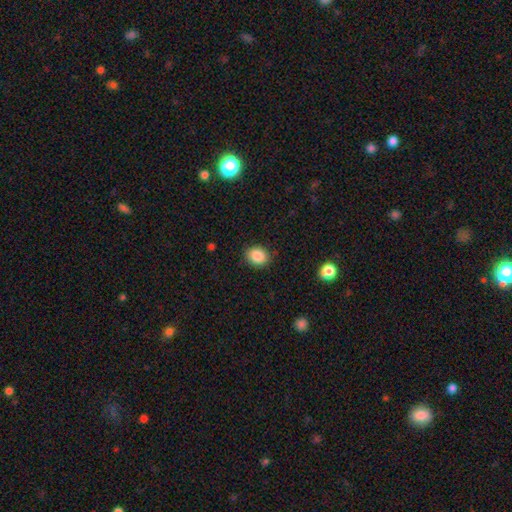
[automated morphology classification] Q: Smooth or featured?
A: smooth (87%); runner-up: star or artifact (9%)
Q: How rounded?
A: round (55%); runner-up: in between (44%)
Q: Merging?
A: none (88%); runner-up: minor disturbance (9%)